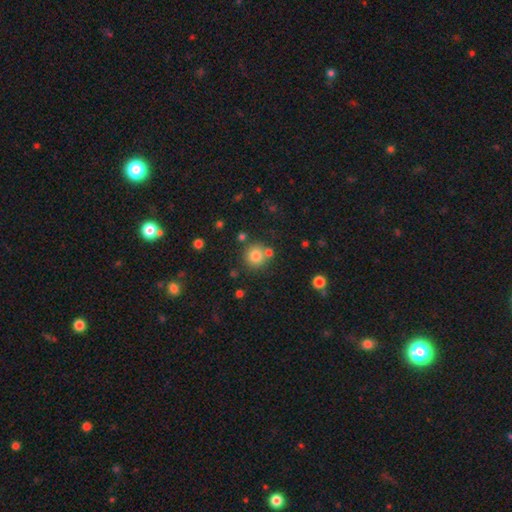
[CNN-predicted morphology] type=smooth (80%); roundness=round (93%); merging=none (75%).